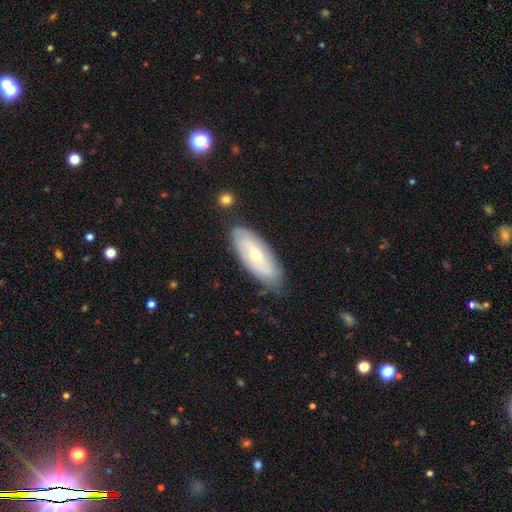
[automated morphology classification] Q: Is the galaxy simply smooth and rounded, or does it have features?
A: featured or disk — 57%.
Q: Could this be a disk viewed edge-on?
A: no — 81%.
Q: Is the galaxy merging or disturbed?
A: none — 77%.